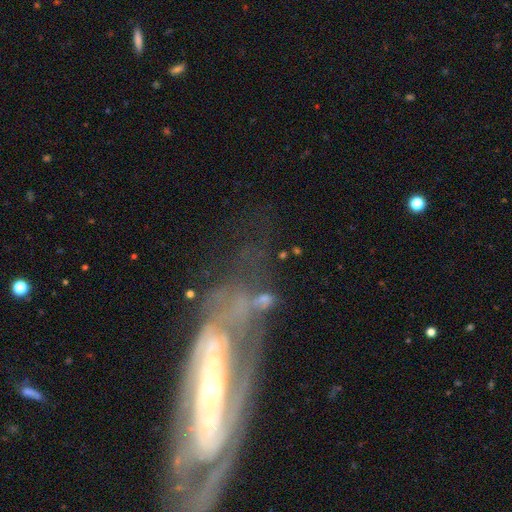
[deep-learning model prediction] This appears to be a featured or disk galaxy (73%) with no bar (56%), spiral arms (62%) and a small central bulge (46%). Merging: none (36%).